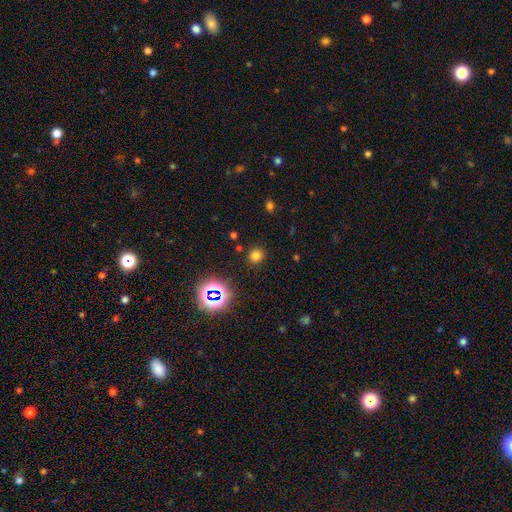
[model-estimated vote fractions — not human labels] A smooth galaxy with no disk features (71%) that is round (88%). Merging: none (87%).